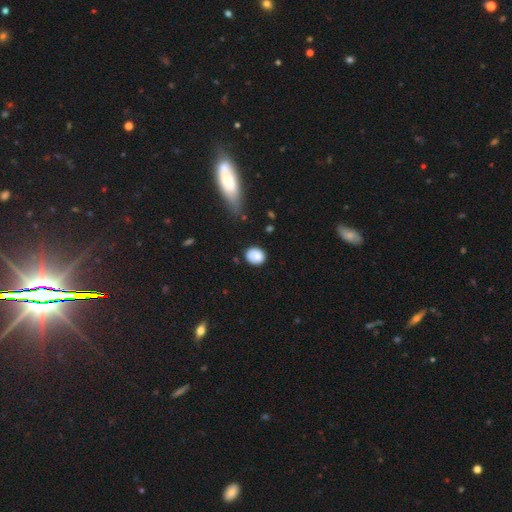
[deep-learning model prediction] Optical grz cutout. It shows a smooth galaxy with no disk features (86%) that is round (69%). Merging: none (75%).